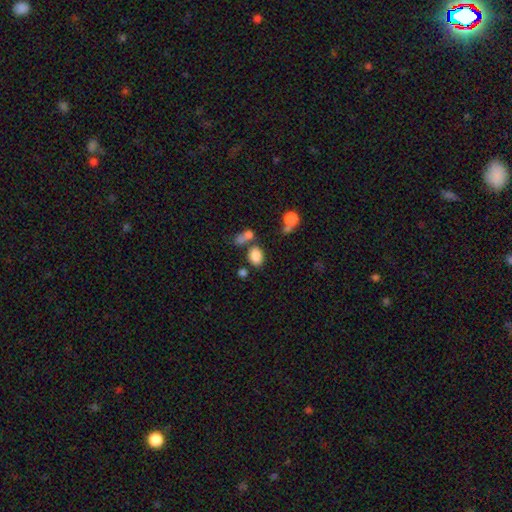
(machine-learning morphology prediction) Smooth or featured? Predicted: smooth (p=0.82). How rounded? Predicted: in between (p=0.66). Merging? Predicted: none (p=0.60).